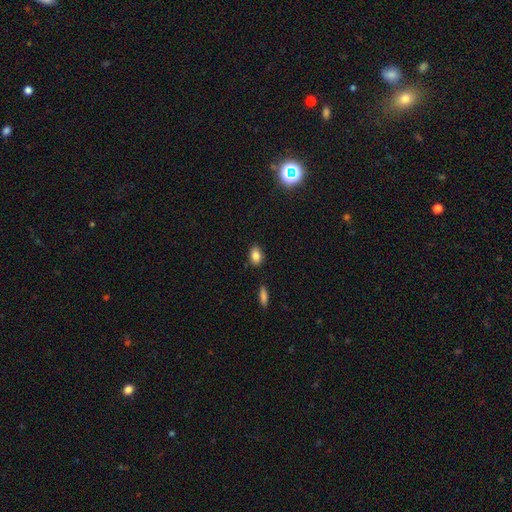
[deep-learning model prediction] smooth_or_featured: smooth (p=0.84) [alt: star or artifact p=0.09]
how_rounded: in between (p=0.80) [alt: round p=0.18]
merging: none (p=0.83) [alt: minor disturbance p=0.12]